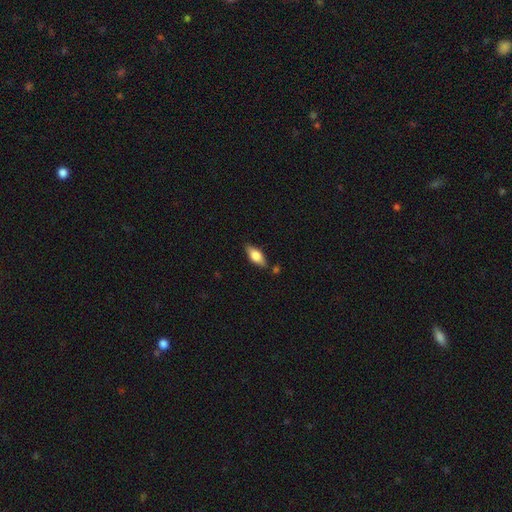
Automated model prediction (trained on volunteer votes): Q: Smooth or featured?
A: smooth (63%); runner-up: featured or disk (30%)
Q: How rounded?
A: in between (78%); runner-up: cigar-shaped (18%)
Q: Merging?
A: none (78%); runner-up: minor disturbance (15%)